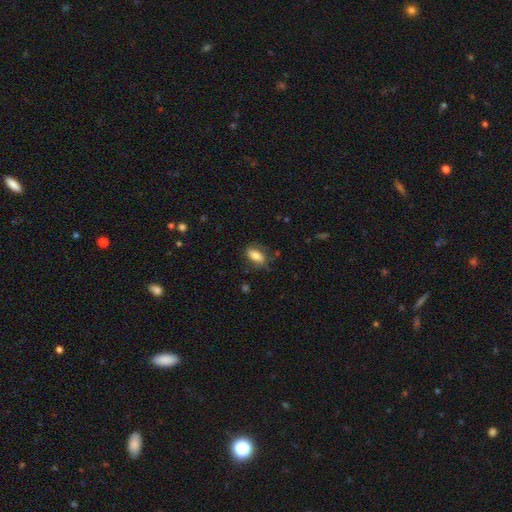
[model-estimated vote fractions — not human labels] smooth-or-featured: smooth: 79% | featured or disk: 14% | star or artifact: 8%
  how-rounded: in between: 84% | cigar-shaped: 11% | round: 5%
  merging: none: 73% | minor disturbance: 19% | major disturbance: 6% | merger: 2%